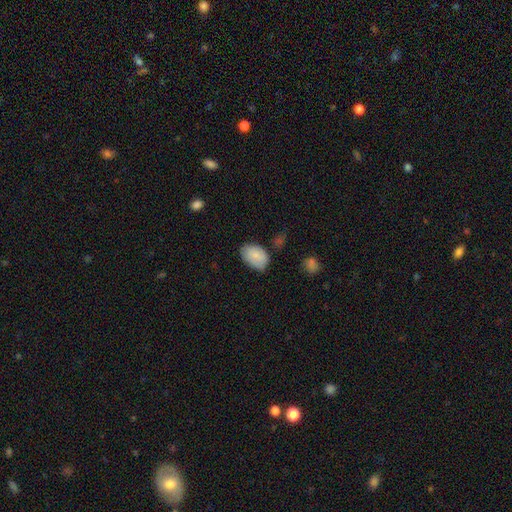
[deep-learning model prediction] smooth 85%, featured or disk 8%, star or artifact 7%. Down the decision tree: how rounded — in between (89%); merging — none (67%).